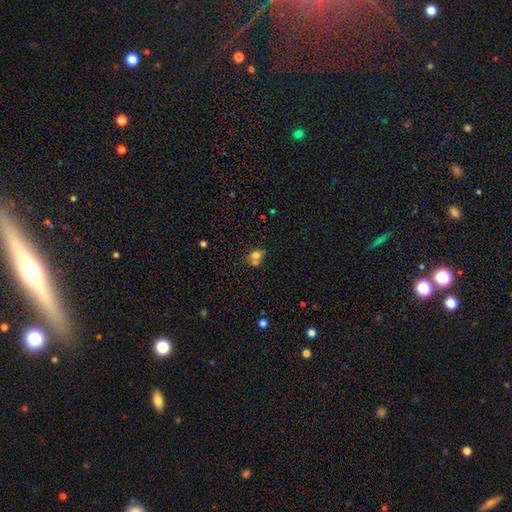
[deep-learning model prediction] smooth-or-featured: smooth: 67% | featured or disk: 17% | star or artifact: 15%
  how-rounded: round: 53% | in between: 45% | cigar-shaped: 1%
  merging: merger: 45% | none: 38% | minor disturbance: 11% | major disturbance: 5%